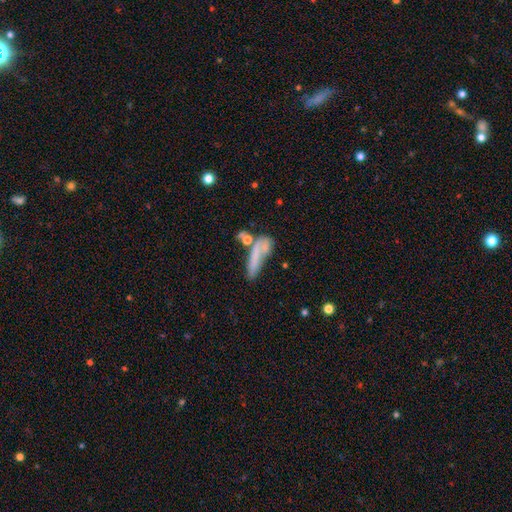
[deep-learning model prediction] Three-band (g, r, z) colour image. It shows a smooth galaxy with no disk features (61%) that is cigar-shaped (71%). Merging: none (33%).